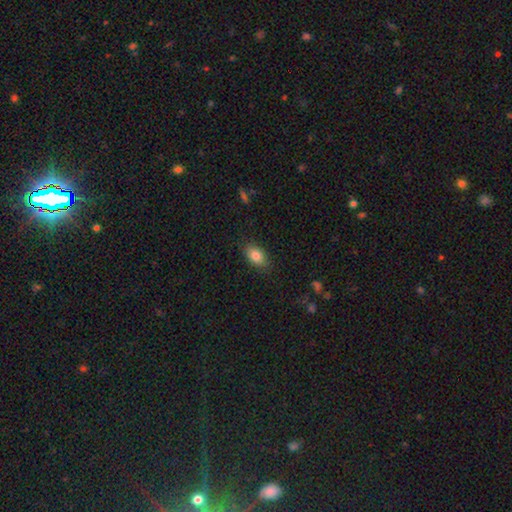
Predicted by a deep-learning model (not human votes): Q: Smooth or featured?
A: smooth (84%); runner-up: featured or disk (8%)
Q: How rounded?
A: in between (89%); runner-up: round (9%)
Q: Merging?
A: none (84%); runner-up: minor disturbance (12%)